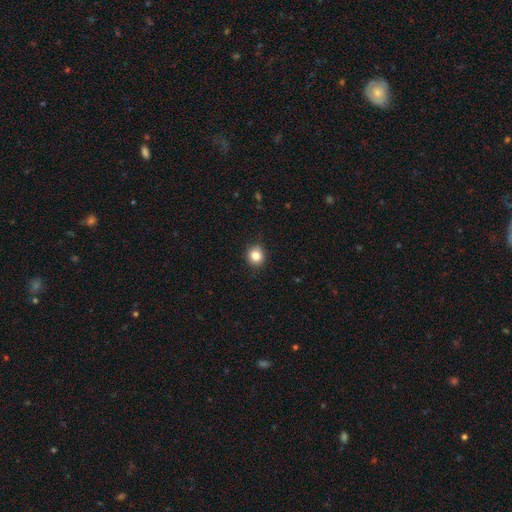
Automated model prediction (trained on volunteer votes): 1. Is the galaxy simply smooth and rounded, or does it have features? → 84% smooth, 11% star or artifact, 5% featured or disk.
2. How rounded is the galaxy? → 87% round, 12% in between, 1% cigar-shaped.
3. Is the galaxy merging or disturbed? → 89% none, 8% minor disturbance, 2% major disturbance, 1% merger.